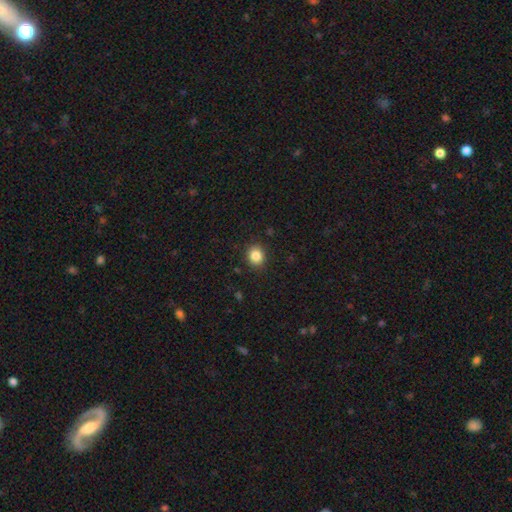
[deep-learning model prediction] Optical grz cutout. It shows a smooth galaxy with no disk features (86%) that is round (73%). Merging: none (89%).